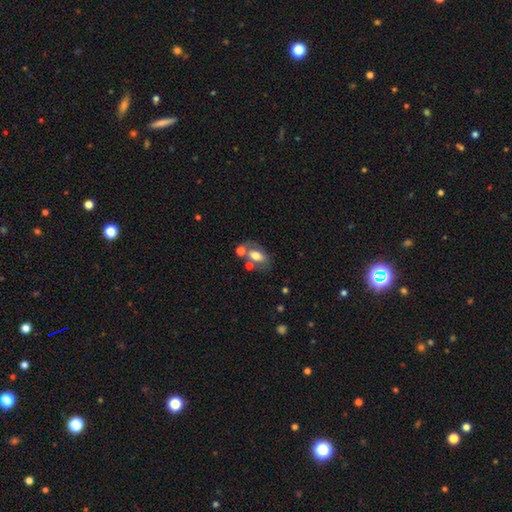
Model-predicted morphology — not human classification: Smooth or featured: smooth — 58% (featured or disk — 33%)
How rounded: in between — 83% (round — 15%)
Merging: none — 44% (merger — 31%)